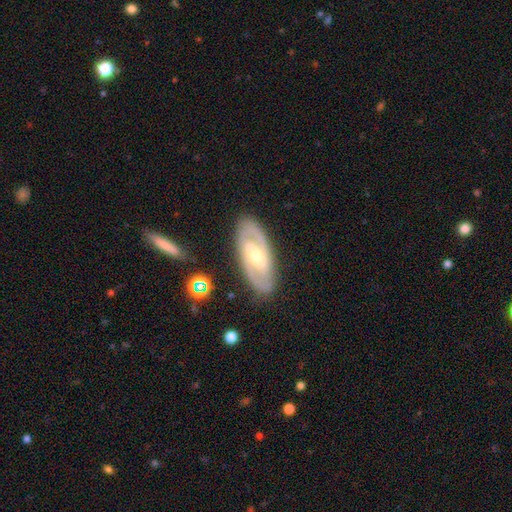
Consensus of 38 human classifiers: smooth_or_featured: featured or disk (p=0.71) [alt: smooth p=0.21]
disk_edge_on: no (p=0.93) [alt: yes p=0.07]
bar: strong (p=0.60) [alt: weak p=0.32]
has_spiral_arms: yes (p=0.60) [alt: no p=0.40]
spiral_winding: tight (p=0.47) [alt: medium p=0.40]
spiral_arm_count: 2 (p=1.00)
bulge_size: small (p=0.56) [alt: moderate p=0.36]
merging: none (p=0.77) [alt: minor disturbance p=0.17]